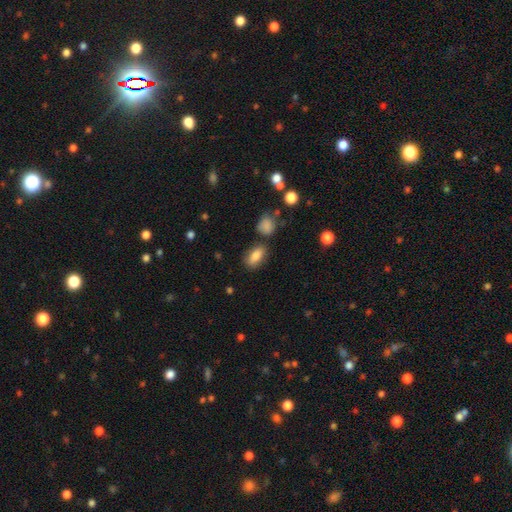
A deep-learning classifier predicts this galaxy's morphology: Smooth or featured: smooth — 82% (featured or disk — 10%)
How rounded: in between — 84% (cigar-shaped — 9%)
Merging: none — 78% (minor disturbance — 13%)